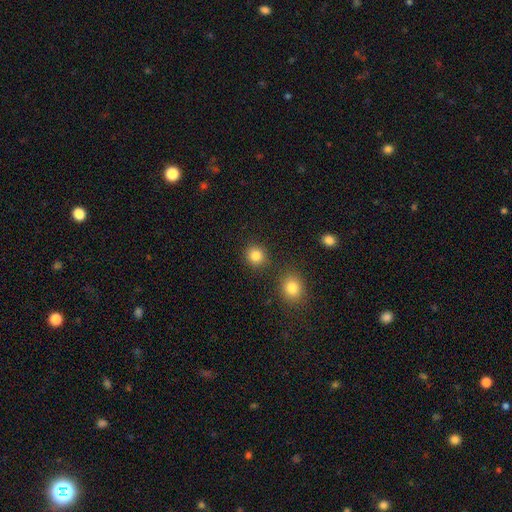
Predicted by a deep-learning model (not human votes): This is clearly a smooth galaxy (84%). How rounded: clearly round (90%). Merging: clearly none (86%).